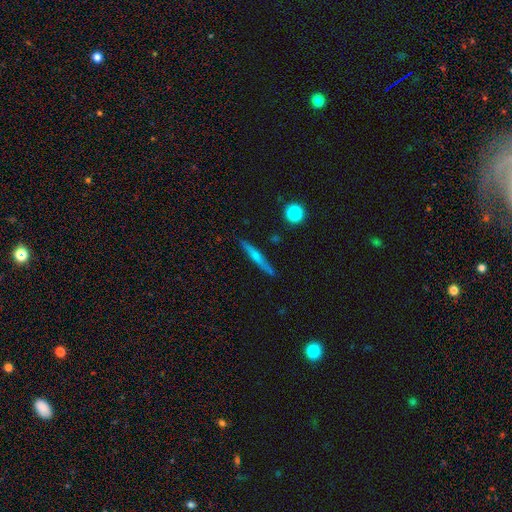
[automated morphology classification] Smooth or featured: smooth — 49% (featured or disk — 45%)
Merging: none — 85% (minor disturbance — 11%)